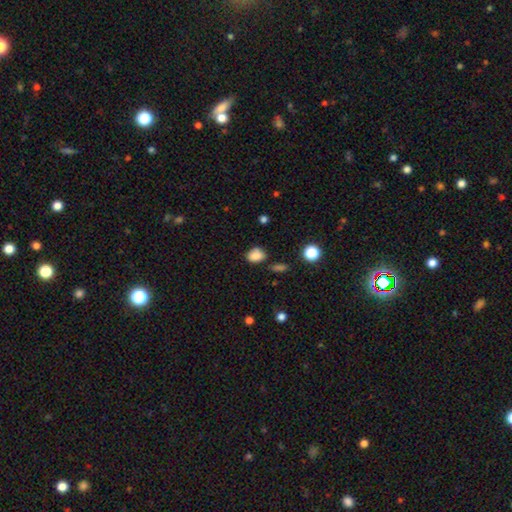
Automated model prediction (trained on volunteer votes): Morphology: type=smooth (82%); roundness=in between (61%); merging=none (65%).